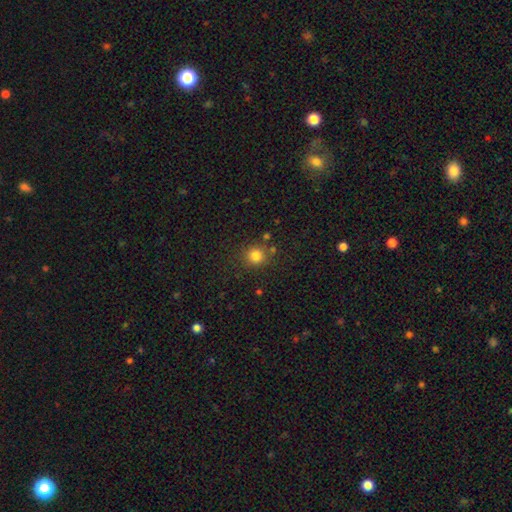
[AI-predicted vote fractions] smooth-or-featured: smooth: 81% | star or artifact: 13% | featured or disk: 5%
  how-rounded: round: 90% | in between: 10% | cigar-shaped: 1%
  merging: none: 82% | minor disturbance: 9% | merger: 6% | major disturbance: 3%